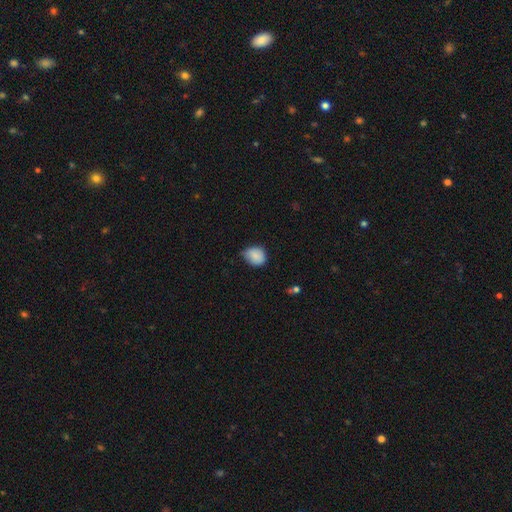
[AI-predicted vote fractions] Overall: smooth (83%). How rounded: round (61%; in between 38%). Merging: none (51%; minor disturbance 41%).